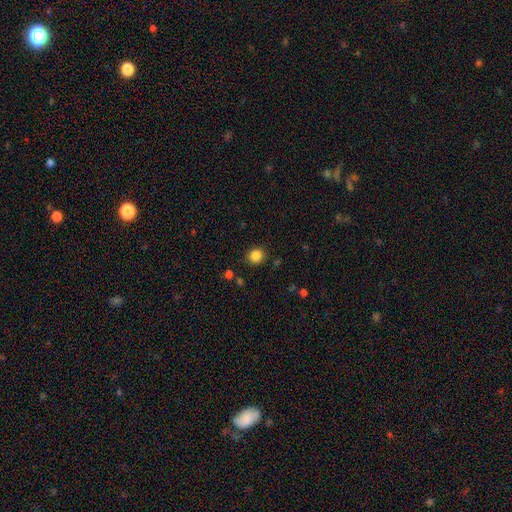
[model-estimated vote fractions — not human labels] smooth_or_featured: smooth (p=0.85) [alt: star or artifact p=0.11]
how_rounded: round (p=0.88) [alt: in between p=0.11]
merging: none (p=0.88) [alt: minor disturbance p=0.07]